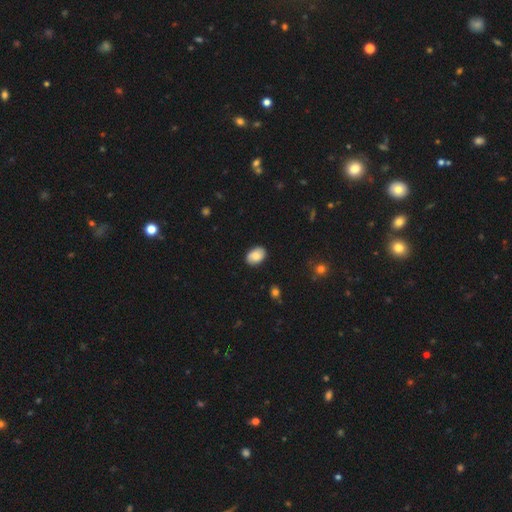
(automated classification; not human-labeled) smooth_or_featured: smooth (p=0.81) [alt: featured or disk p=0.12]
how_rounded: in between (p=0.83) [alt: round p=0.16]
merging: none (p=0.86) [alt: minor disturbance p=0.11]